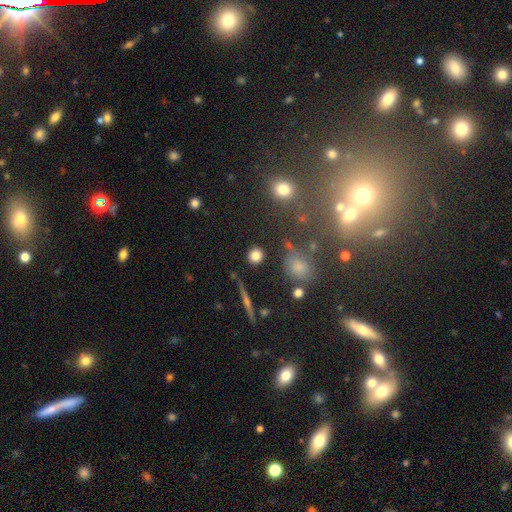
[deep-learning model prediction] Q: Smooth or featured?
A: smooth (81%); runner-up: star or artifact (11%)
Q: How rounded?
A: round (89%); runner-up: in between (10%)
Q: Merging?
A: none (87%); runner-up: minor disturbance (7%)